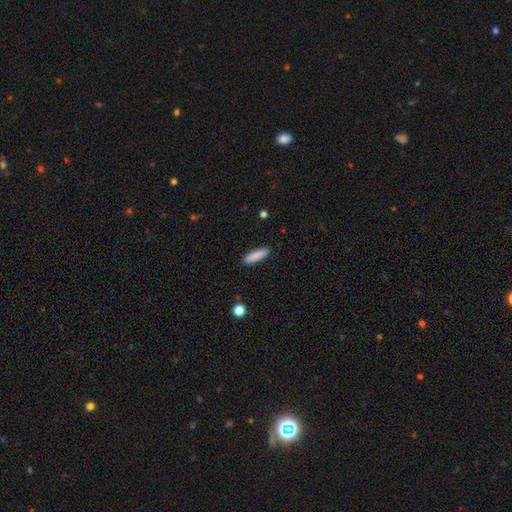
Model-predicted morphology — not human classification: smooth_or_featured: smooth (p=0.87) [alt: featured or disk p=0.06]
how_rounded: cigar-shaped (p=0.71) [alt: in between p=0.28]
merging: none (p=0.89) [alt: minor disturbance p=0.08]